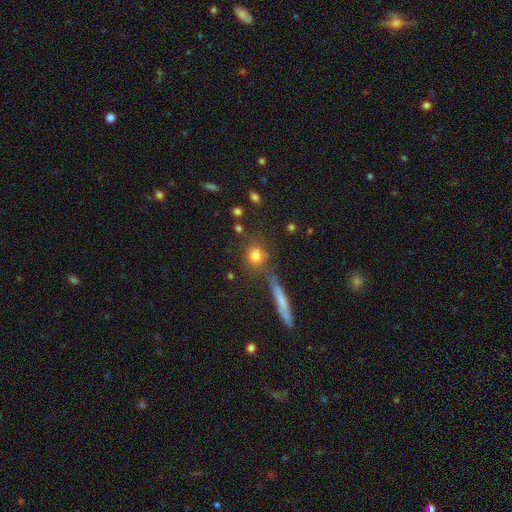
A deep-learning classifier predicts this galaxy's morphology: Overall: smooth (75%). How rounded: round (81%). Merging: none (73%).